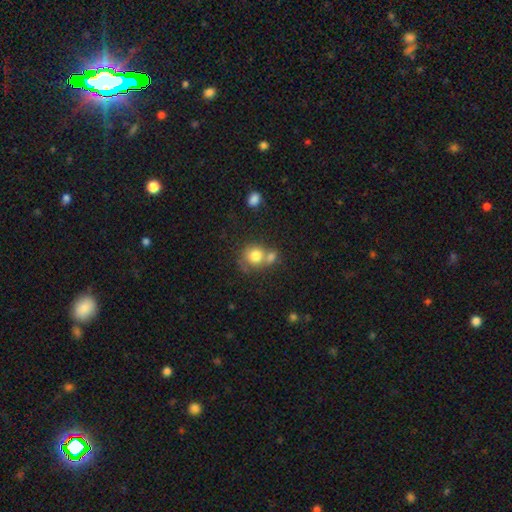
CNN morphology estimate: Overall: smooth (77%). How rounded: round (80%). Merging: merger (49%; none 37%).